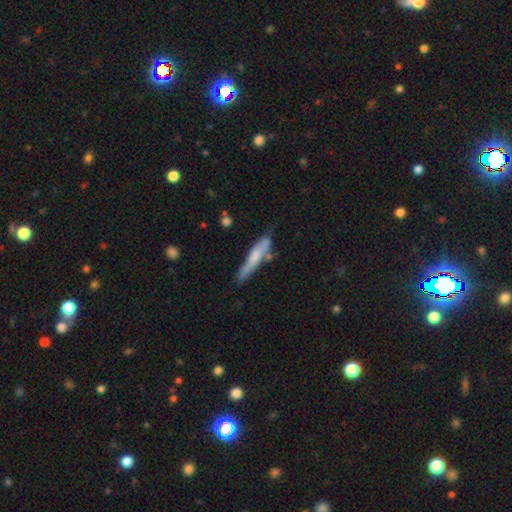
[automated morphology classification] Smooth or featured?
  - smooth: 57% *
  - featured or disk: 37%
  - star or artifact: 7%
How rounded?
  - cigar-shaped: 87% *
  - in between: 11%
  - round: 2%
Merging?
  - none: 54% *
  - minor disturbance: 26%
  - merger: 11%
  - major disturbance: 9%